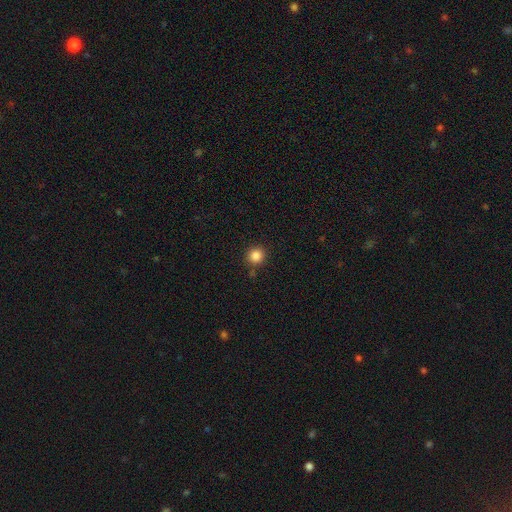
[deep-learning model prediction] Smooth or featured? Predicted: smooth (p=0.85). How rounded? Predicted: round (p=0.92). Merging? Predicted: none (p=0.84).